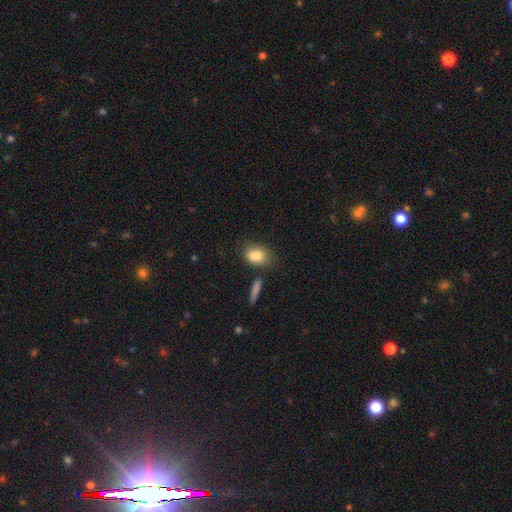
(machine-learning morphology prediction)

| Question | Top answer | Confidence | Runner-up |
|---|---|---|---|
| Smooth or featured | smooth | 85% | star or artifact (8%) |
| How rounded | in between | 73% | round (25%) |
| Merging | none | 64% | minor disturbance (20%) |